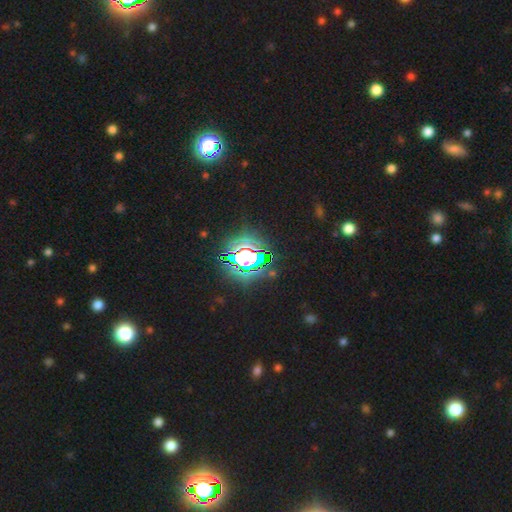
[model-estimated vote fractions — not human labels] A star or artifact, not a galaxy (74%).